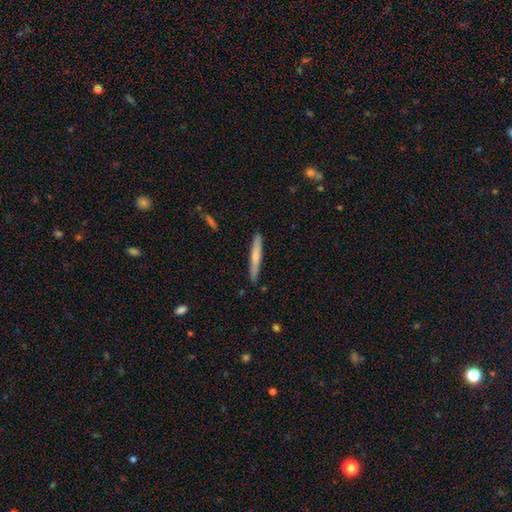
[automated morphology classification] Smooth or featured? Predicted: smooth (p=0.59). How rounded? Predicted: cigar-shaped (p=0.95). Merging? Predicted: none (p=0.88).